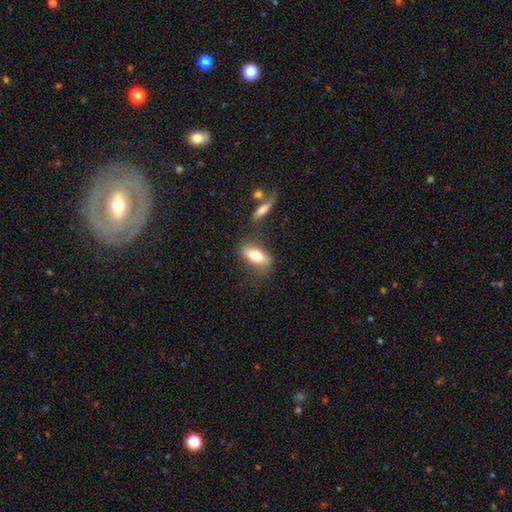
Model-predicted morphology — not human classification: Smooth or featured? Predicted: smooth (p=0.66). How rounded? Predicted: in between (p=0.75). Merging? Predicted: none (p=0.62).